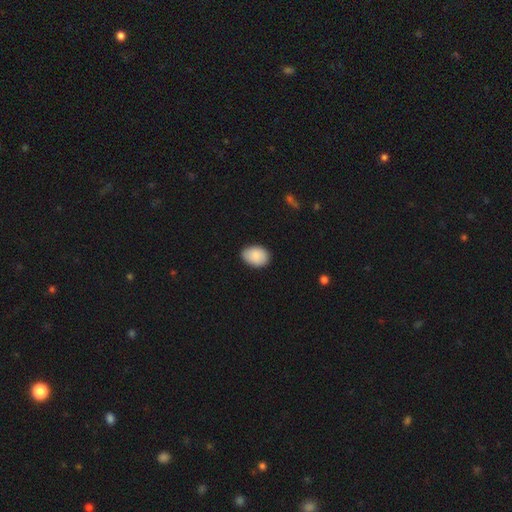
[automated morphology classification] type=smooth (89%); roundness=in between (78%); merging=none (83%).